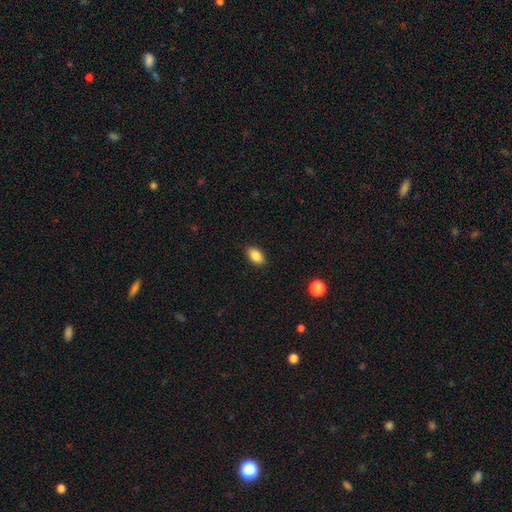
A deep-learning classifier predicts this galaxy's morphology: Overall: smooth (87%). How rounded: in between (90%). Merging: none (89%).